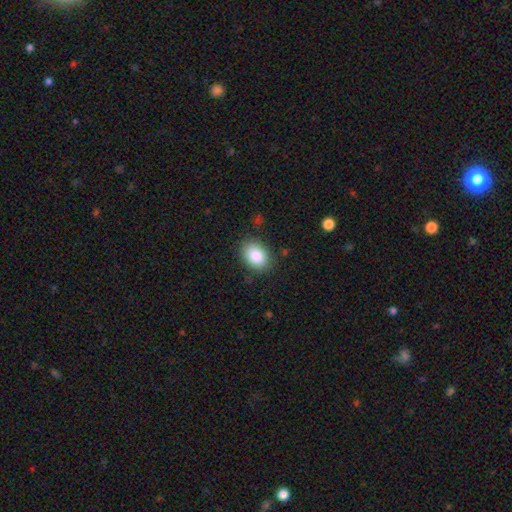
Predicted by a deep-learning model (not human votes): Morphology: type=smooth (86%); roundness=in between (74%); merging=none (84%).